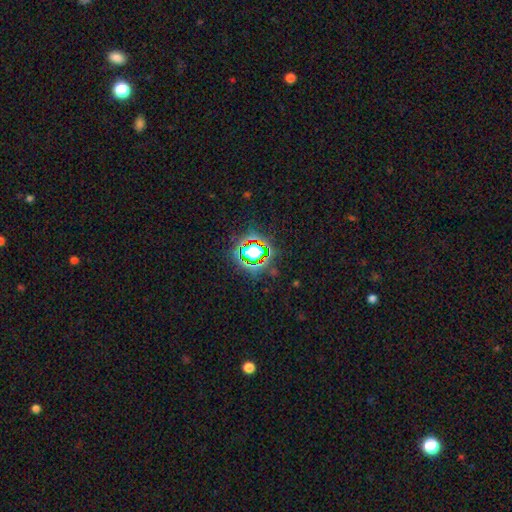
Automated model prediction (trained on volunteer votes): The model was most divided on "smooth or featured": star or artifact: 67%, smooth: 21%, featured or disk: 12%.